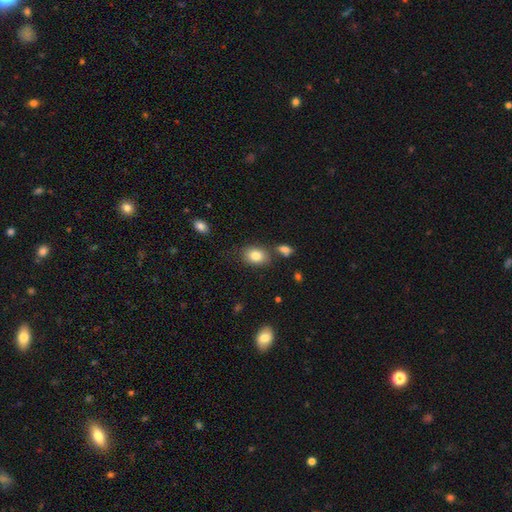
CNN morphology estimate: This is clearly a smooth galaxy (82%). How rounded: likely in between (73%). Merging: likely none (74%).